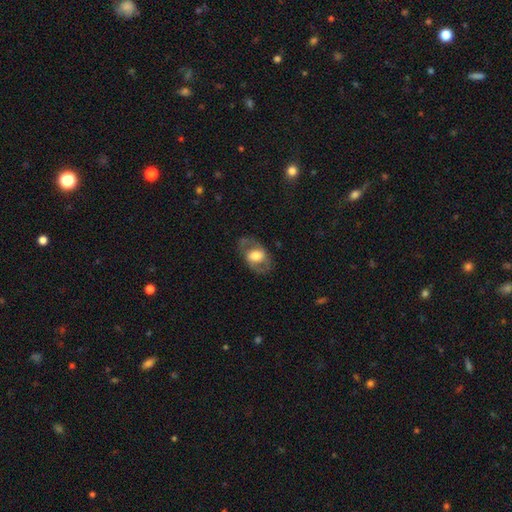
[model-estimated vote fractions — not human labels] featured or disk 51%, smooth 42%, star or artifact 7%. Down the decision tree: edge-on disk — no (89%); merging — none (71%).